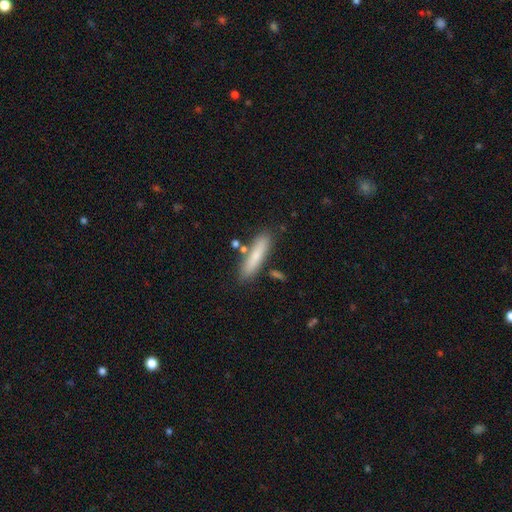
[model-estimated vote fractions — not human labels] smooth-or-featured: smooth: 78% | featured or disk: 16% | star or artifact: 6%
  how-rounded: cigar-shaped: 81% | in between: 17% | round: 2%
  merging: none: 81% | minor disturbance: 11% | merger: 6% | major disturbance: 2%